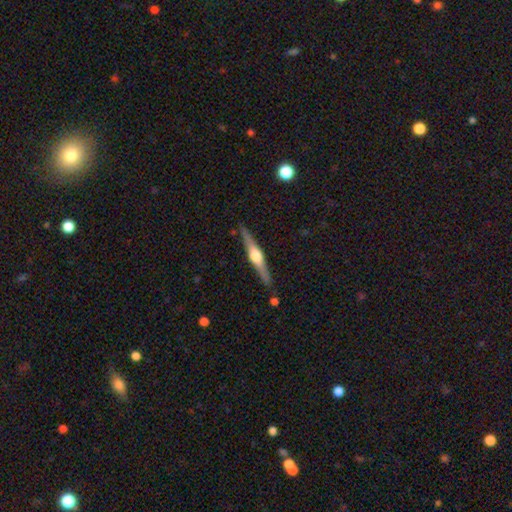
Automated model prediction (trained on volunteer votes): Overall: featured or disk (74%). Edge-on disk: yes (98%). Edge-on bulge: rounded (91%). Merging: none (88%).